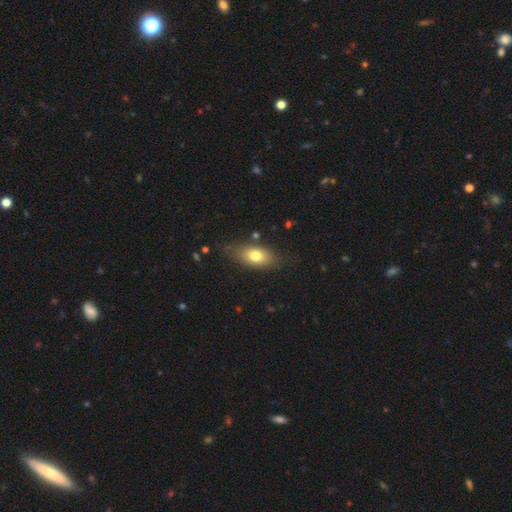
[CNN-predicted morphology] Smooth or featured? Predicted: smooth (p=0.75). How rounded? Predicted: in between (p=0.83). Merging? Predicted: none (p=0.76).